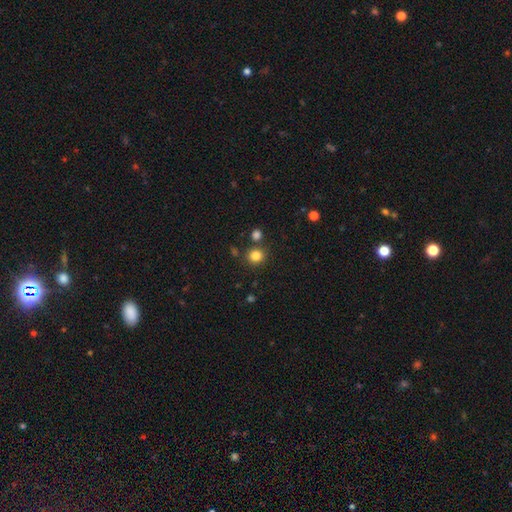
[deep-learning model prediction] Q: Smooth or featured?
A: smooth (82%); runner-up: star or artifact (13%)
Q: How rounded?
A: round (87%); runner-up: in between (12%)
Q: Merging?
A: none (80%); runner-up: merger (9%)